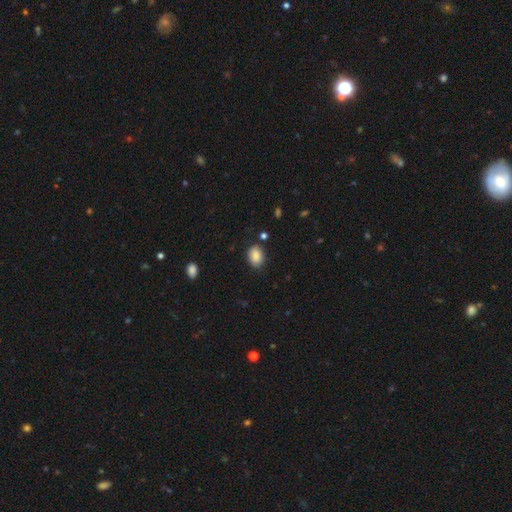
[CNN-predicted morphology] This appears to be a smooth galaxy with no disk features (87%) that is in between round and cigar-shaped (74%). Merging: none (81%).